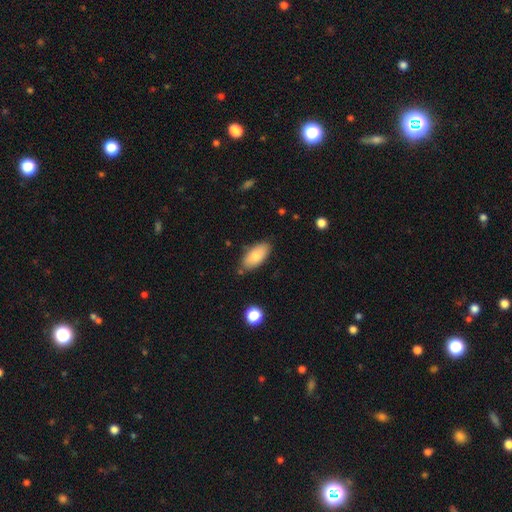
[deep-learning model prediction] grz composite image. It shows a smooth galaxy with no disk features (81%) that is in between round and cigar-shaped (90%). Merging: none (80%).